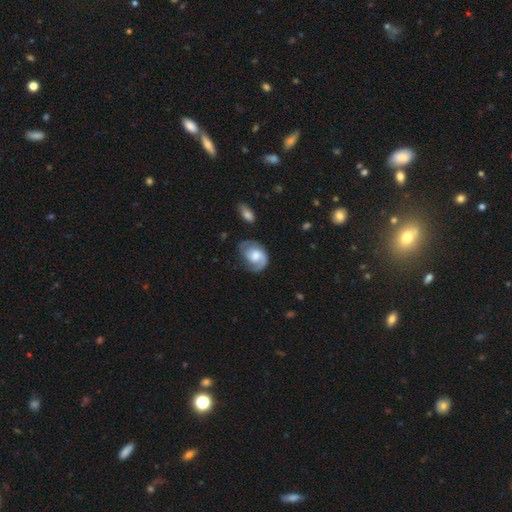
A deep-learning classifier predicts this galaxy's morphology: featured or disk 74%, smooth 20%, star or artifact 6%. Down the decision tree: edge-on disk — no (97%); bar — no (60%); spiral arms — yes (93%); spiral arm count — 2 (58%); spiral winding — medium (43%); bulge size — moderate (52%); merging — none (61%).